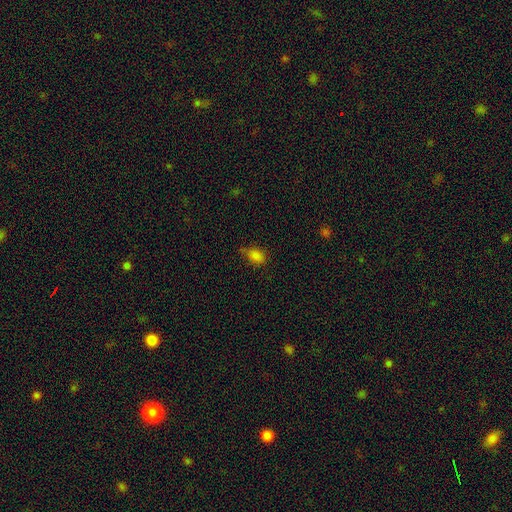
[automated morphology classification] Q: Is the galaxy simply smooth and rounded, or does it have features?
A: smooth — 80%.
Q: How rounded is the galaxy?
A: in between — 81%.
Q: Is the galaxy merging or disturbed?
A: none — 57%.